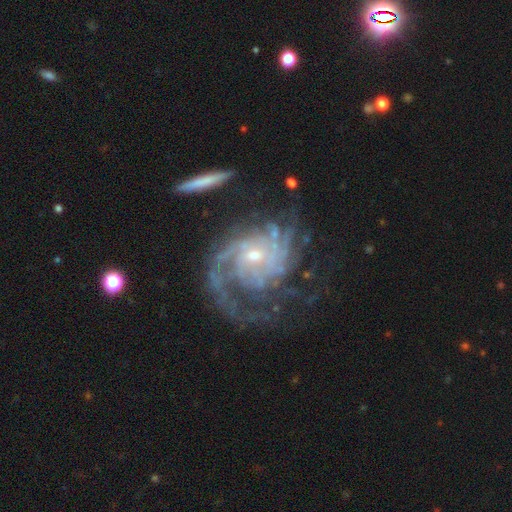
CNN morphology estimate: This appears to be a featured or disk galaxy (89%) with no bar (64%), tight (48%) spiral arms (96%) and a small central bulge (66%). Merging: none (50%).